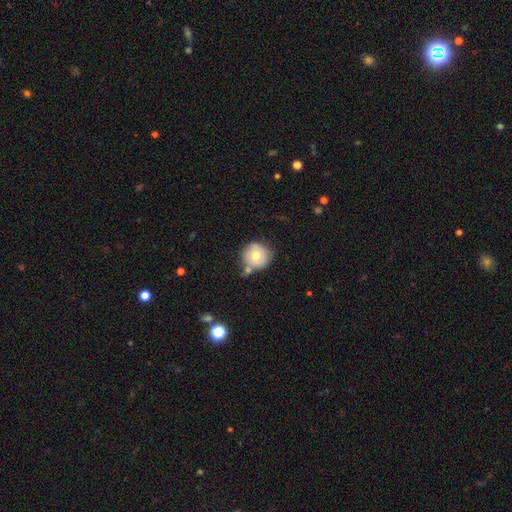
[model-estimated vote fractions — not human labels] smooth 62%, featured or disk 30%, star or artifact 8%. Down the decision tree: how rounded — round (92%); merging — none (62%).